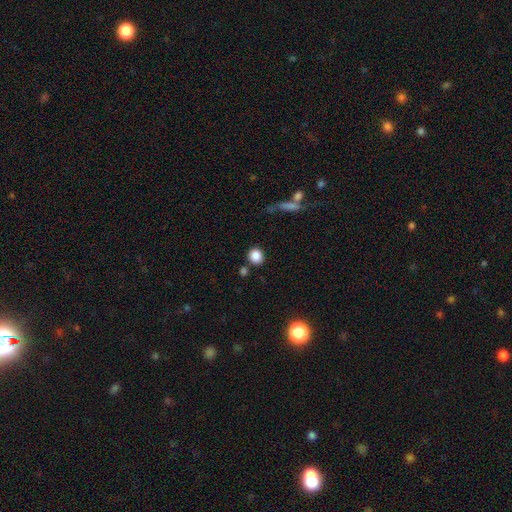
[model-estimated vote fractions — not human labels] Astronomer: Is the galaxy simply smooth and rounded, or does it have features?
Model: smooth — 86%.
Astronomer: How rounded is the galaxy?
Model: round — 83%.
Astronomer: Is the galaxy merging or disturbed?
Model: none — 80%.